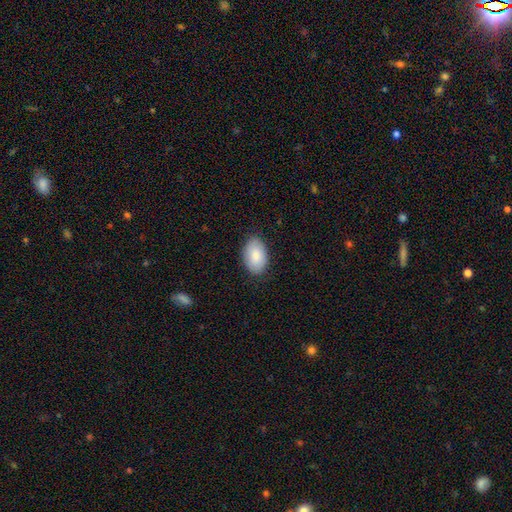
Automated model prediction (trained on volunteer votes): The model was most divided on "merging": none: 84%, minor disturbance: 12%, major disturbance: 2%, merger: 1%. More confident: how rounded — in between (93%); smooth or featured — smooth (85%).